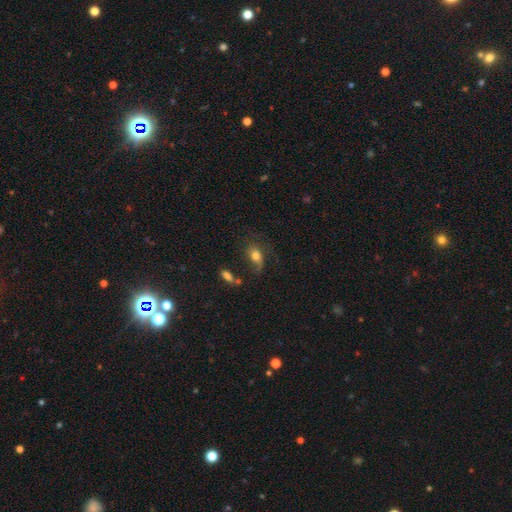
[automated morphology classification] This appears to be a smooth galaxy with no disk features (71%) that is in between round and cigar-shaped (79%). Merging: none (42%).